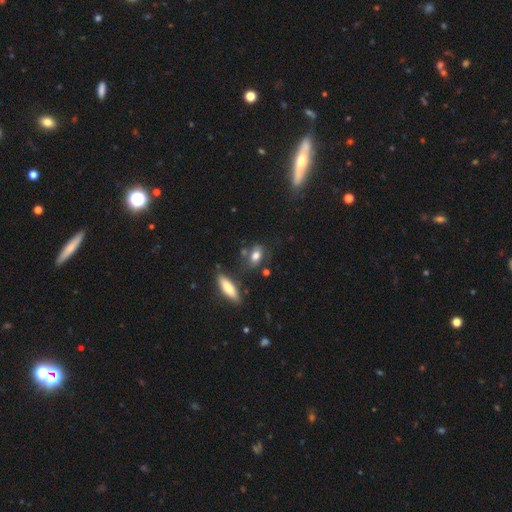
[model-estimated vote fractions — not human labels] This is likely a smooth galaxy (74%). How rounded: likely in between (78%). Merging: likely none (61%).